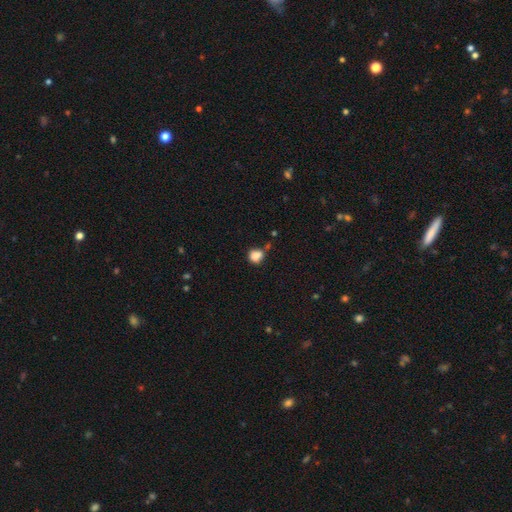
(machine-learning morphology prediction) Q: Smooth or featured?
A: smooth (84%); runner-up: star or artifact (11%)
Q: How rounded?
A: round (71%); runner-up: in between (28%)
Q: Merging?
A: none (56%); runner-up: minor disturbance (24%)